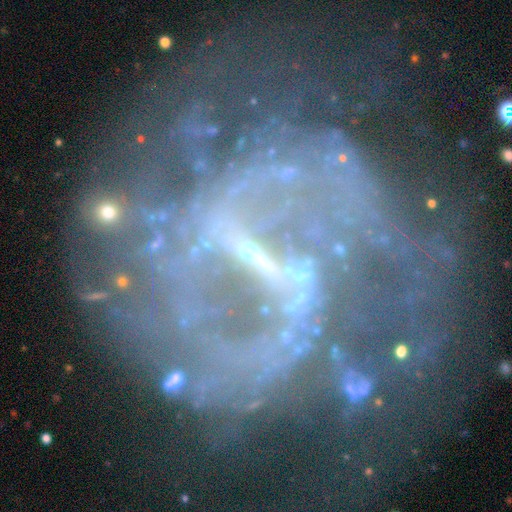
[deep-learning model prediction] Smooth or featured? Predicted: featured or disk (p=0.83). Edge-on disk? Predicted: no (p=0.98). Bar? Predicted: strong (p=0.45). Spiral arms? Predicted: yes (p=0.80). Spiral winding? Predicted: medium (p=0.43). Spiral arm count? Predicted: 2 (p=0.56). Bulge size? Predicted: small (p=0.60). Merging? Predicted: none (p=0.46).